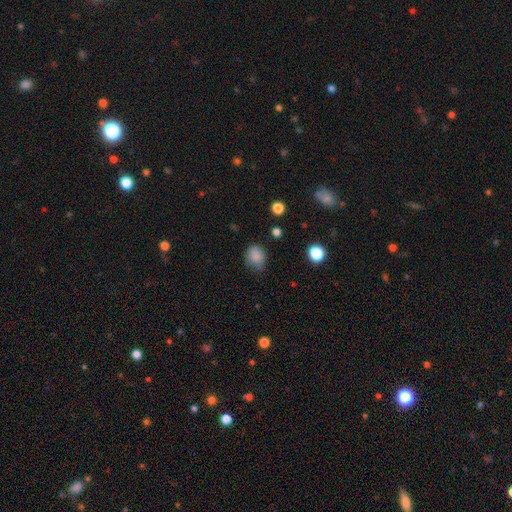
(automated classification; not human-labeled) Morphology: type=smooth (83%); roundness=round (68%); merging=none (60%).